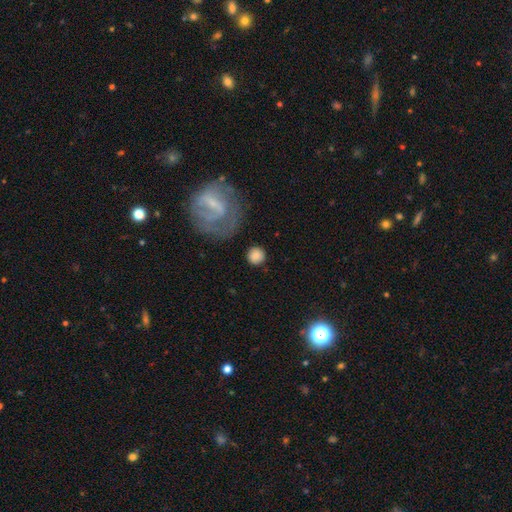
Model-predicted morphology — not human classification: The model was most divided on "smooth or featured": smooth: 80%, featured or disk: 12%, star or artifact: 8%. More confident: how rounded — round (92%); merging — none (84%).